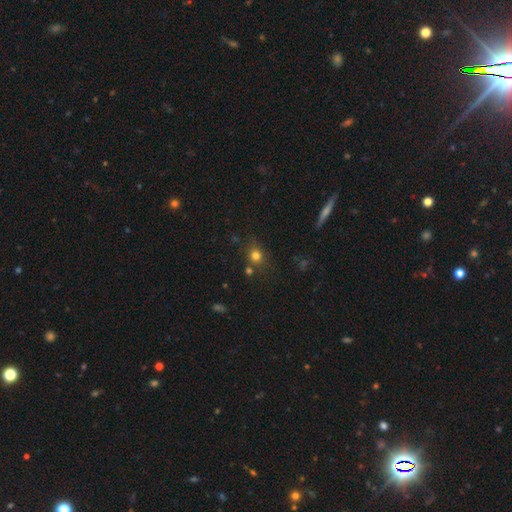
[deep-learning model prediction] Smooth or featured? Predicted: smooth (p=0.76). How rounded? Predicted: round (p=0.80). Merging? Predicted: none (p=0.74).